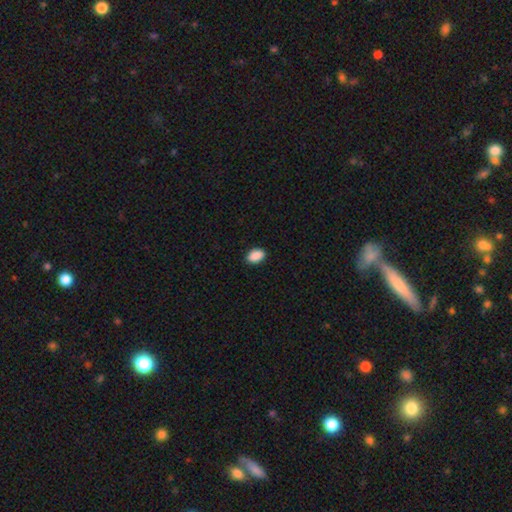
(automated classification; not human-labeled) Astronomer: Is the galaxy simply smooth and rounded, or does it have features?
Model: smooth — 90%.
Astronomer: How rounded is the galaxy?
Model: in between — 90%.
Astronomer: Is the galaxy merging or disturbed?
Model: none — 89%.